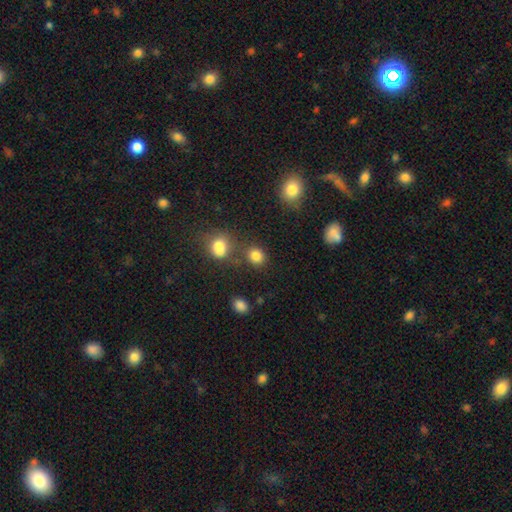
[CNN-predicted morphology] This appears to be a smooth galaxy with no disk features (82%) that is round (72%). Merging: none (70%).